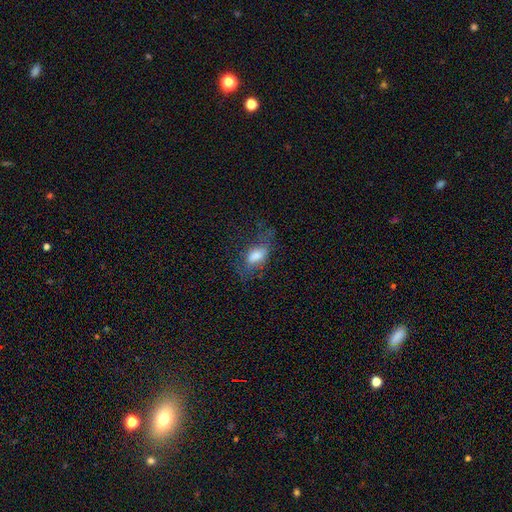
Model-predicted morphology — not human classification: The model was most divided on "merging": none: 45%, major disturbance: 28%, minor disturbance: 24%, merger: 2%. More confident: how rounded — in between (82%); smooth or featured — smooth (64%).